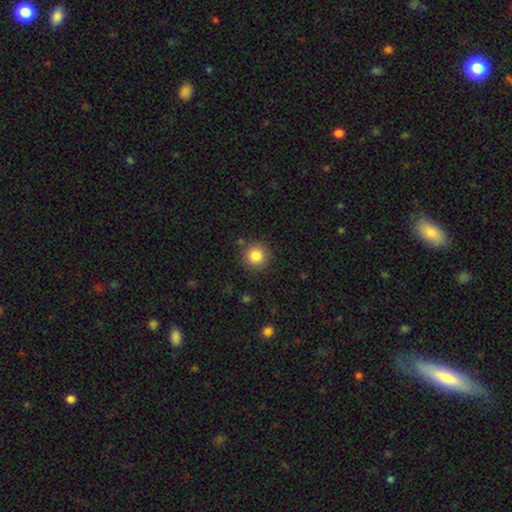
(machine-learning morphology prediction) This appears to be a smooth galaxy with no disk features (85%) that is round (94%). Merging: none (88%).